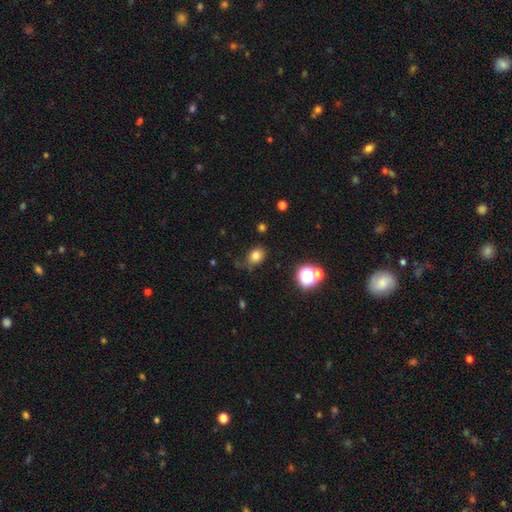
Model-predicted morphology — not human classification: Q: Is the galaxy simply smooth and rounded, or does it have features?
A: smooth — 78%.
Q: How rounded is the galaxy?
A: round — 50%.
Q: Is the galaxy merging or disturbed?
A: none — 67%.